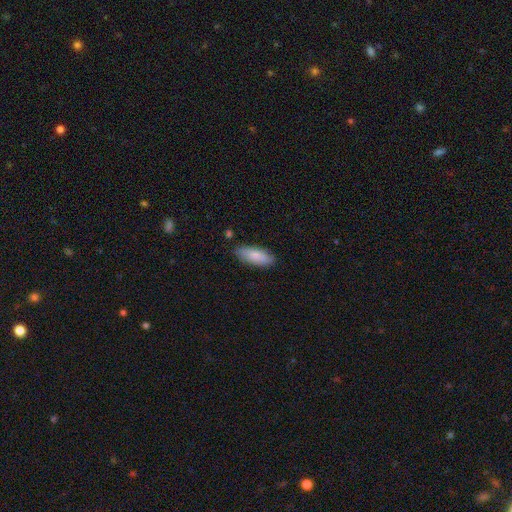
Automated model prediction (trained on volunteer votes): smooth-or-featured: smooth: 80% | featured or disk: 14% | star or artifact: 6%
  how-rounded: in between: 76% | cigar-shaped: 23% | round: 2%
  merging: none: 82% | minor disturbance: 14% | major disturbance: 2% | merger: 2%